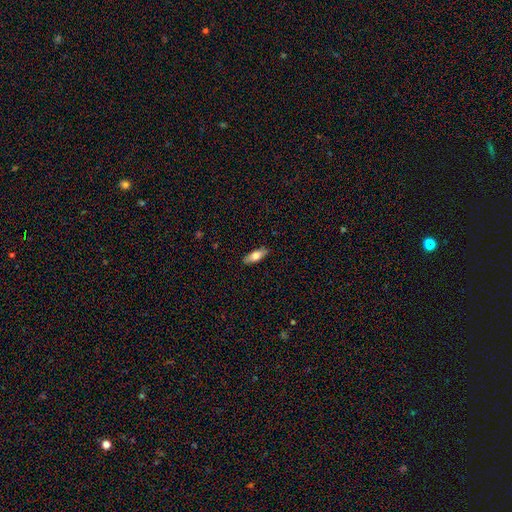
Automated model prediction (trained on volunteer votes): Smooth or featured? Predicted: smooth (p=0.74). How rounded? Predicted: in between (p=0.69). Merging? Predicted: none (p=0.88).